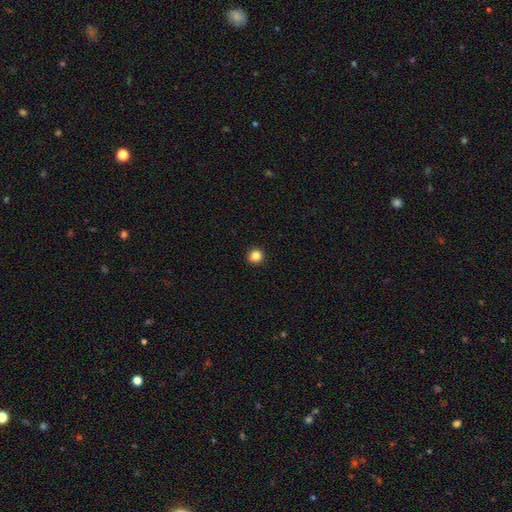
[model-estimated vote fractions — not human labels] Smooth or featured: smooth — 85% (star or artifact — 11%)
How rounded: round — 94% (in between — 5%)
Merging: none — 92% (minor disturbance — 5%)